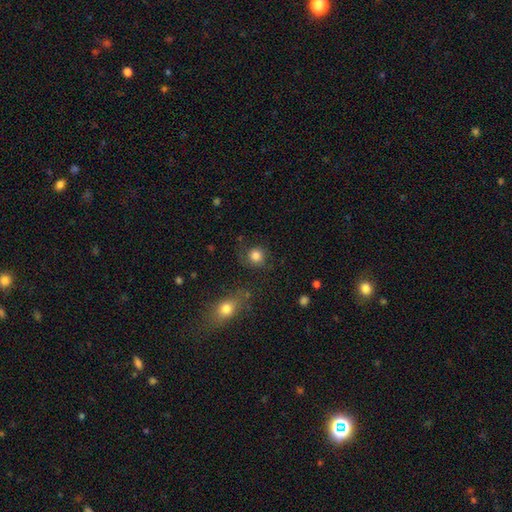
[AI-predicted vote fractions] This is clearly a smooth galaxy (80%). How rounded: clearly round (86%). Merging: likely none (68%).